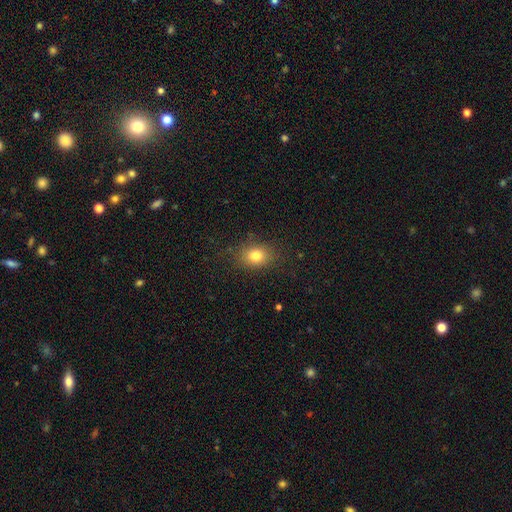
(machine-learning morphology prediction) Q: Smooth or featured?
A: smooth (80%); runner-up: star or artifact (11%)
Q: How rounded?
A: in between (64%); runner-up: round (35%)
Q: Merging?
A: none (83%); runner-up: minor disturbance (12%)